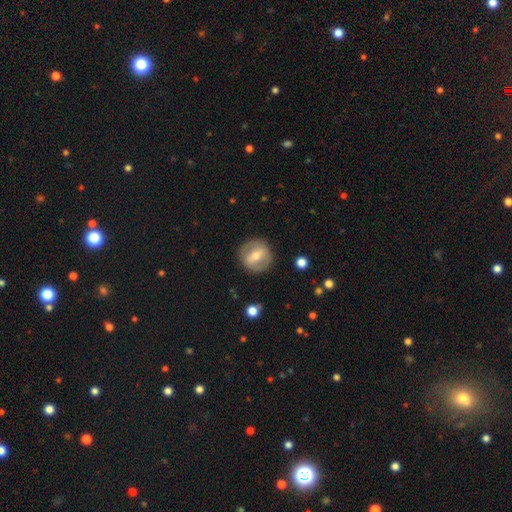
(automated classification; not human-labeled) featured or disk 55%, smooth 39%, star or artifact 6%. Down the decision tree: edge-on disk — no (91%); merging — none (85%).